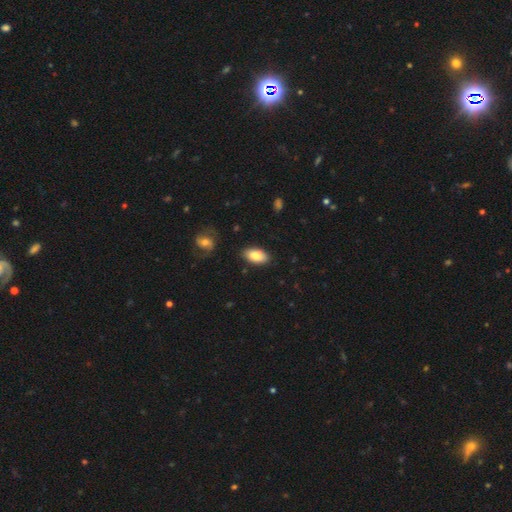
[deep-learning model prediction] Morphology: type=smooth (85%); roundness=in between (93%); merging=none (85%).